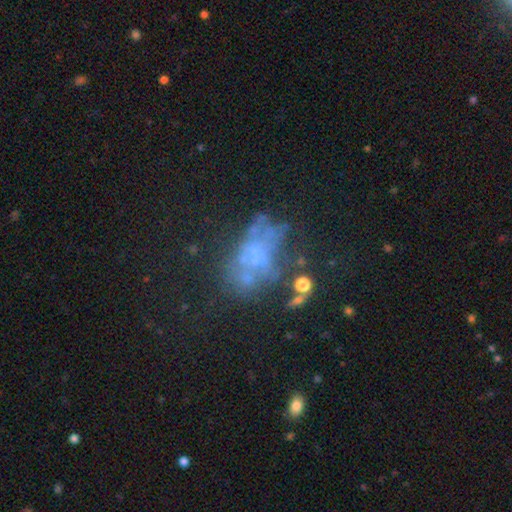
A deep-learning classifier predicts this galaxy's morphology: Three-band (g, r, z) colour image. It shows a featured or disk galaxy (52%). Merging: none (38%).